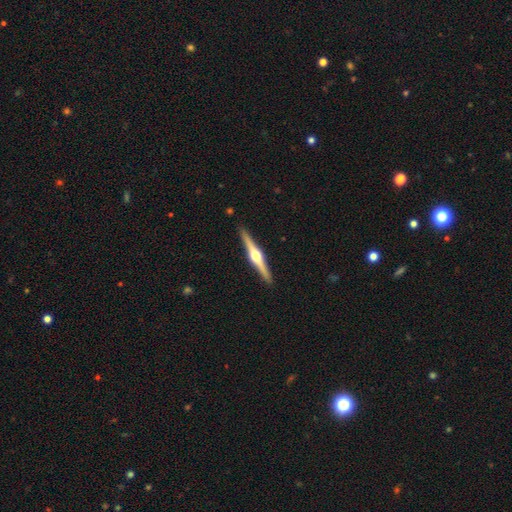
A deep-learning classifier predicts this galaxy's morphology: smooth-or-featured: featured or disk: 83% | smooth: 13% | star or artifact: 4%
  disk-edge-on: yes: 99% | no: 1%
    edge-on-bulge: rounded: 96% | boxy: 3% | none: 2%
  merging: none: 92% | minor disturbance: 6% | major disturbance: 1% | merger: 1%